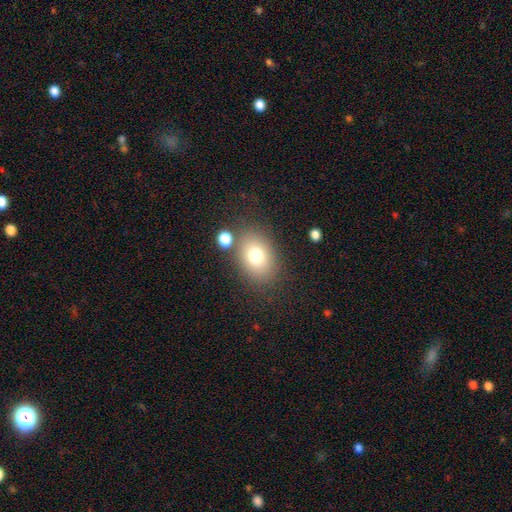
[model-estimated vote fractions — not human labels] This appears to be a smooth galaxy with no disk features (76%) that is in between round and cigar-shaped (69%). Merging: none (77%).